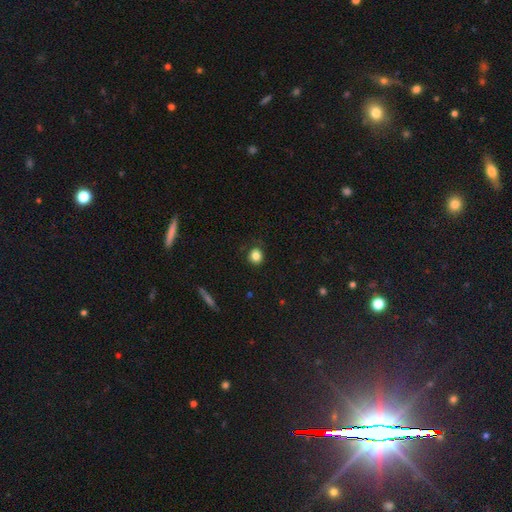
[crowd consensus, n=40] Overall: smooth (75%). How rounded: round (100%). Merging: none (89%).